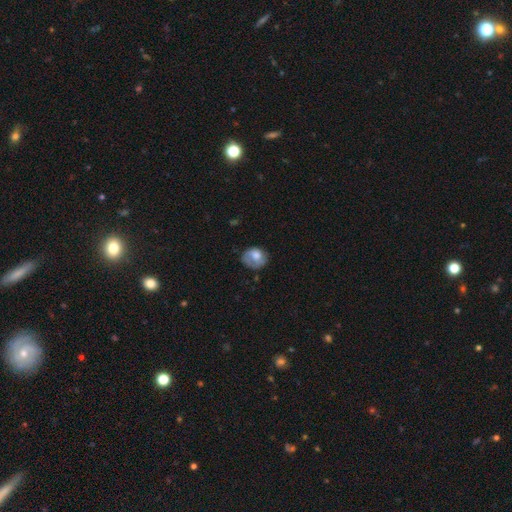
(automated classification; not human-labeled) A smooth galaxy with no disk features (64%) that is round (59%).

Vote fractions:
- Smooth or featured? smooth: 64% / featured or disk: 28% / star or artifact: 8%
- How rounded? round: 59% / in between: 40% / cigar-shaped: 1%
- Merging? none: 48% / minor disturbance: 31% / major disturbance: 19% / merger: 2%